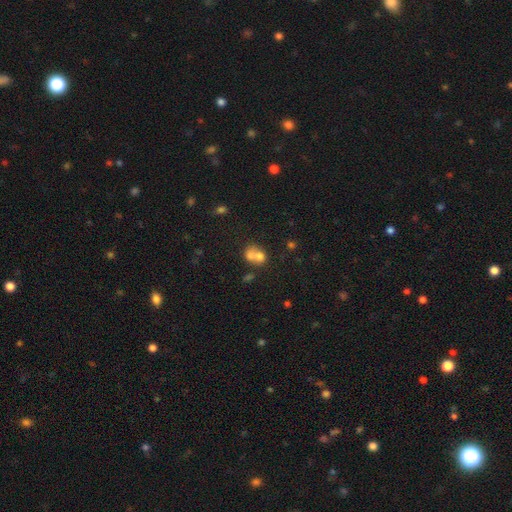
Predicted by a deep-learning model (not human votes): Q: Smooth or featured?
A: smooth (66%); runner-up: featured or disk (23%)
Q: How rounded?
A: round (61%); runner-up: in between (38%)
Q: Merging?
A: merger (69%); runner-up: none (21%)